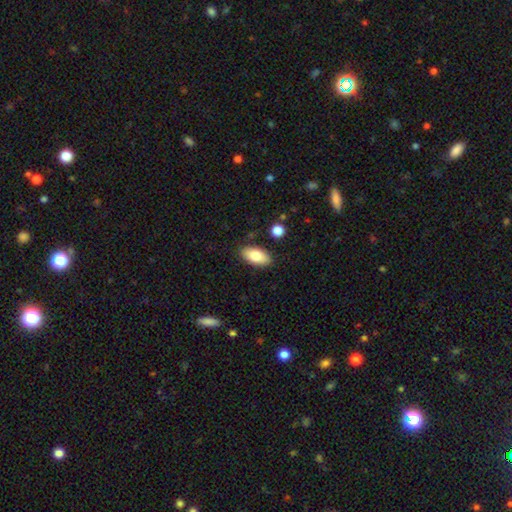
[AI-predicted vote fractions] This is likely a smooth galaxy (80%). How rounded: clearly in between (92%). Merging: clearly none (86%).